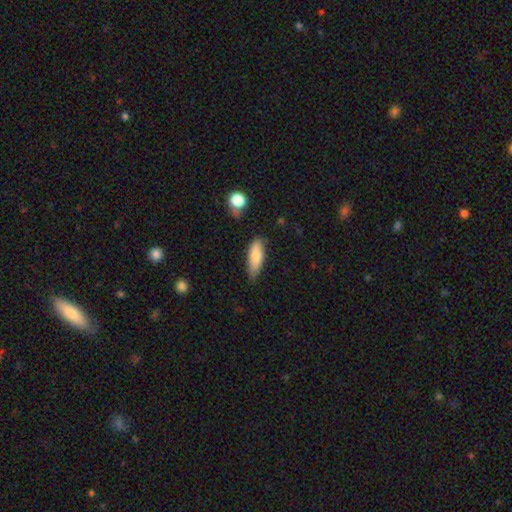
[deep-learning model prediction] smooth-or-featured: smooth: 79% | featured or disk: 15% | star or artifact: 6%
  how-rounded: in between: 60% | cigar-shaped: 38% | round: 2%
  merging: none: 69% | minor disturbance: 24% | major disturbance: 4% | merger: 3%